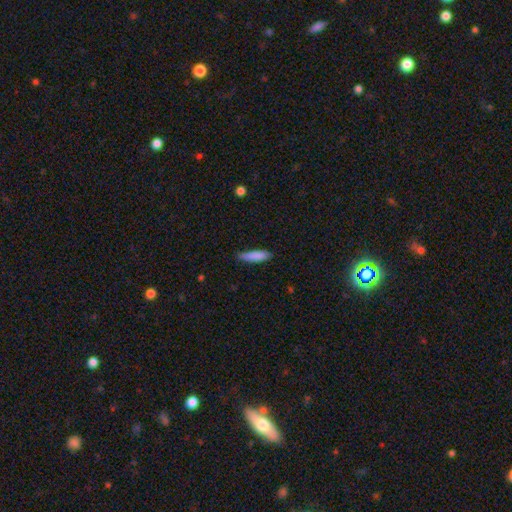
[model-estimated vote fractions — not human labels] Smooth or featured: smooth — 85% (featured or disk — 9%)
How rounded: cigar-shaped — 75% (in between — 24%)
Merging: none — 78% (minor disturbance — 18%)